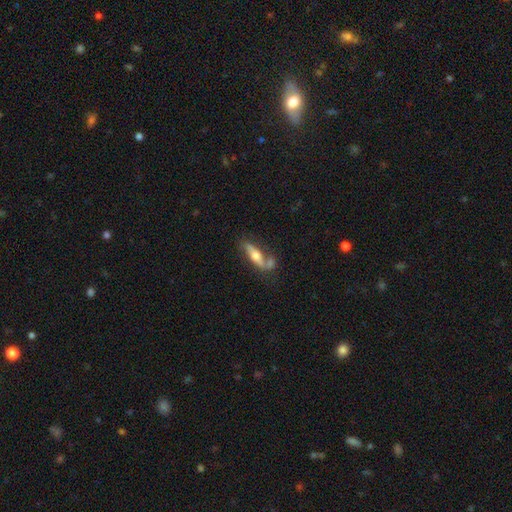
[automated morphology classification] Smooth or featured? Predicted: featured or disk (p=0.55). Edge-on disk? Predicted: yes (p=0.64). Merging? Predicted: none (p=0.53).